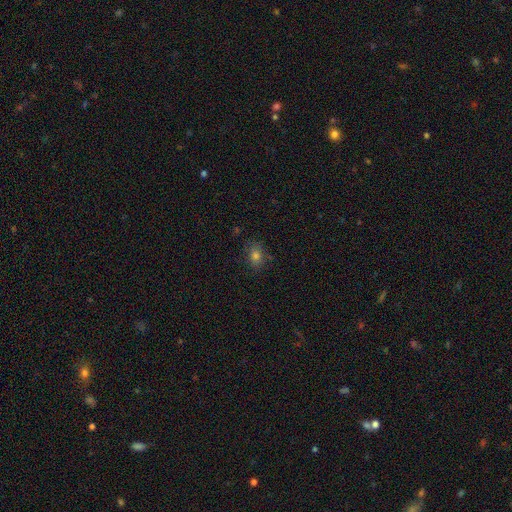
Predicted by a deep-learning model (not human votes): This is likely a smooth galaxy (71%). How rounded: likely in between (61%). Merging: likely none (80%).